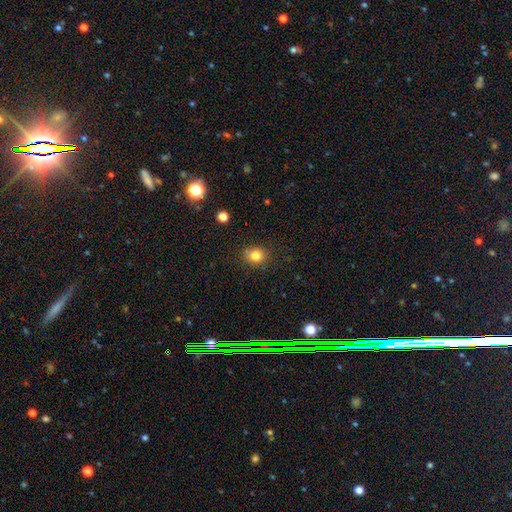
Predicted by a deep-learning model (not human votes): Morphology: type=smooth (82%); roundness=round (78%); merging=none (82%).